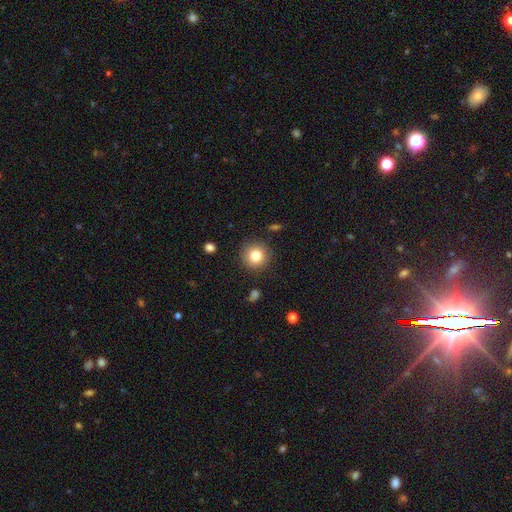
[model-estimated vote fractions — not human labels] This is clearly a smooth galaxy (81%). How rounded: clearly round (93%). Merging: clearly none (88%).